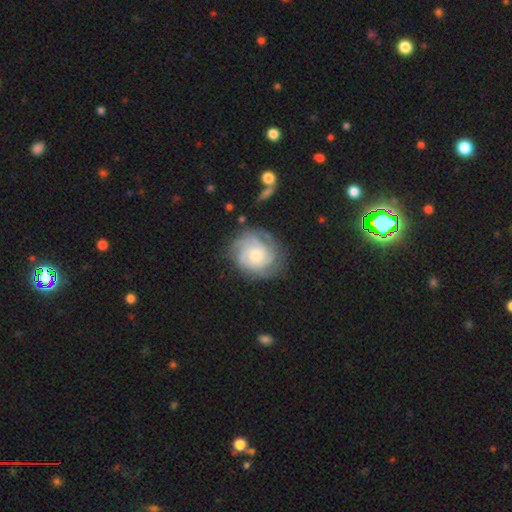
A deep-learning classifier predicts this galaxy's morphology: The model was most divided on "spiral arm count": can't tell: 33%, 3: 27%, 4: 15%, 2: 14%, more than 4: 6%, 1: 5%. More confident: edge-on disk — no (98%); spiral arms — yes (93%); bar — no (77%); smooth or featured — featured or disk (76%); merging — none (74%); spiral winding — tight (66%); bulge size — moderate (55%).